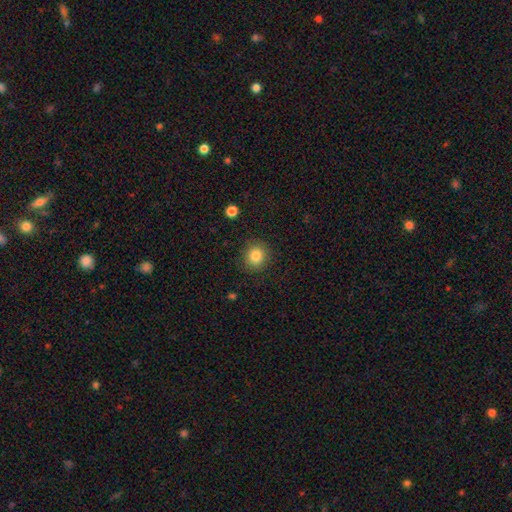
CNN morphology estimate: A smooth galaxy with no disk features (83%) that is round (86%). Merging: none (88%).